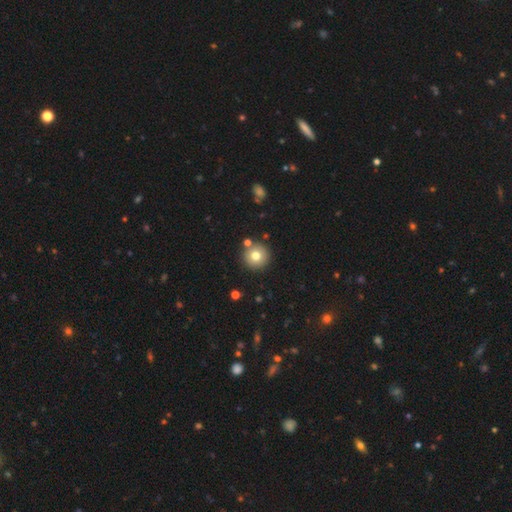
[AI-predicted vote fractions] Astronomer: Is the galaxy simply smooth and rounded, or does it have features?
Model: smooth — 77%.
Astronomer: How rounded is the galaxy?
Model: round — 95%.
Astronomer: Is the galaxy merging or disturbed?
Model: none — 85%.